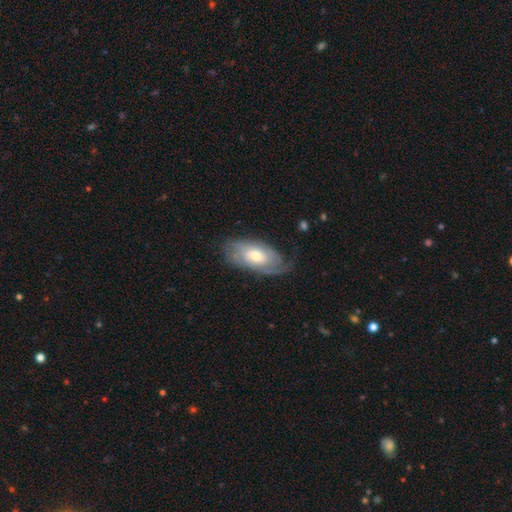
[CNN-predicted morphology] This is likely a featured or disk galaxy (61%). It is clearly not viewed edge-on (90%). Bar: likely no (71%). Spiral arm pattern: likely yes (79%). Central bulge: likely moderate (61%). Merging: likely none (65%).